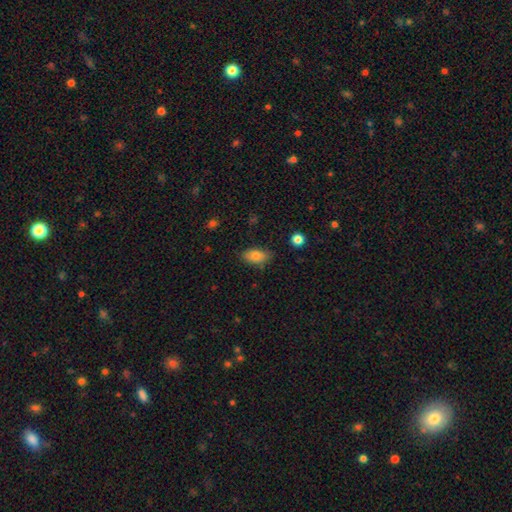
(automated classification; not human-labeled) Smooth or featured?
  - smooth: 81% *
  - featured or disk: 10%
  - star or artifact: 9%
How rounded?
  - in between: 89% *
  - round: 6%
  - cigar-shaped: 5%
Merging?
  - none: 77% *
  - minor disturbance: 17%
  - major disturbance: 4%
  - merger: 2%